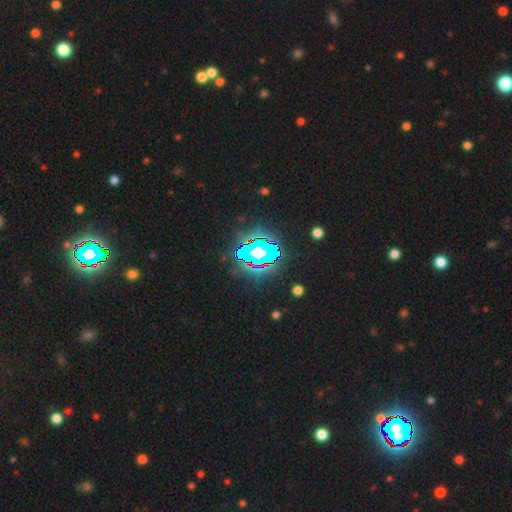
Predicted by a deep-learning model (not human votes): star or artifact 68%, featured or disk 18%, smooth 14%.